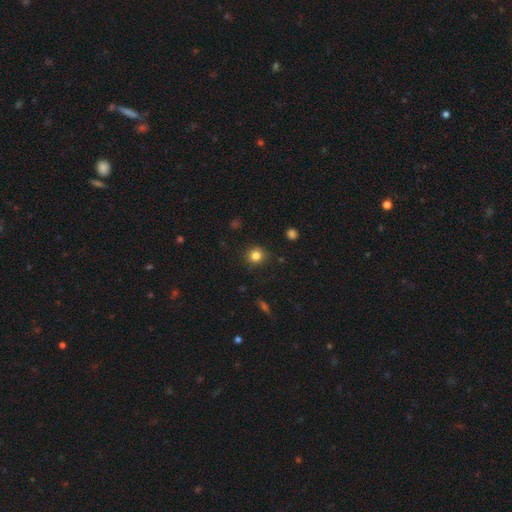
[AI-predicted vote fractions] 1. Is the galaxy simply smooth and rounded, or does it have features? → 83% smooth, 12% star or artifact, 6% featured or disk.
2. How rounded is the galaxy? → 87% round, 12% in between, 1% cigar-shaped.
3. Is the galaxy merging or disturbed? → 89% none, 8% minor disturbance, 2% major disturbance, 1% merger.